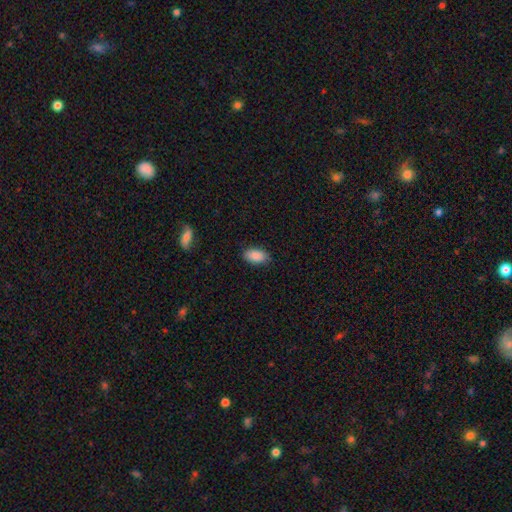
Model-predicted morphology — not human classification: Q: Smooth or featured?
A: smooth (89%); runner-up: star or artifact (7%)
Q: How rounded?
A: in between (93%); runner-up: round (4%)
Q: Merging?
A: none (84%); runner-up: minor disturbance (13%)